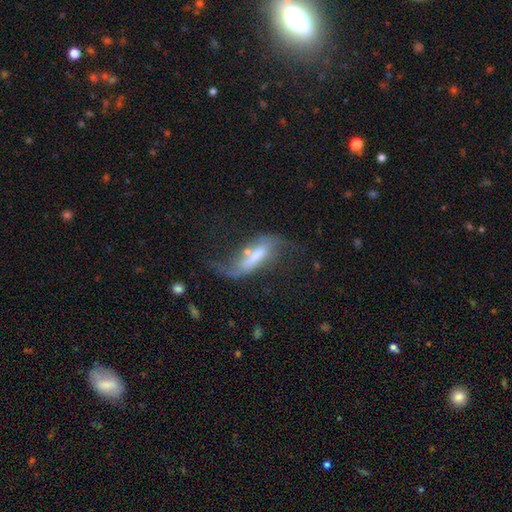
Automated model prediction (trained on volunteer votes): A featured or disk galaxy (68%) with a strong bar (46%), spiral arms (80%) and a moderate central bulge (31%).

Vote fractions:
- Smooth or featured? featured or disk: 68% / smooth: 23% / star or artifact: 9%
- Edge-on disk? no: 83% / yes: 17%
- Bar? strong: 46% / weak: 31% / no: 22%
- Spiral arms? yes: 80% / no: 20%
- Bulge size? moderate: 31% / small: 29% / none: 26% / large: 10% / dominant: 3%
- Merging? none: 35% / major disturbance: 34% / minor disturbance: 19% / merger: 12%